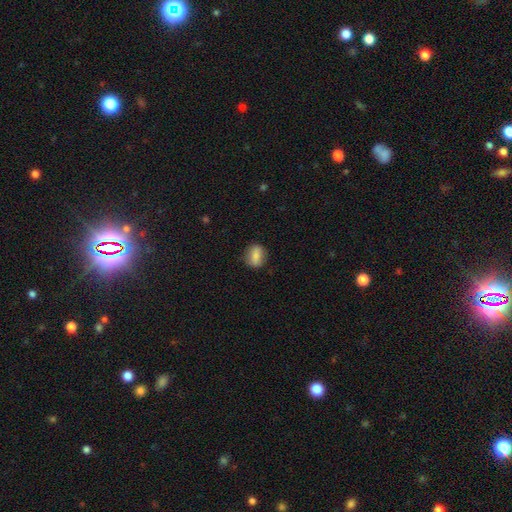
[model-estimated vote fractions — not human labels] smooth_or_featured: smooth (p=0.76) [alt: featured or disk p=0.16]
how_rounded: in between (p=0.53) [alt: round p=0.42]
merging: none (p=0.82) [alt: minor disturbance p=0.14]